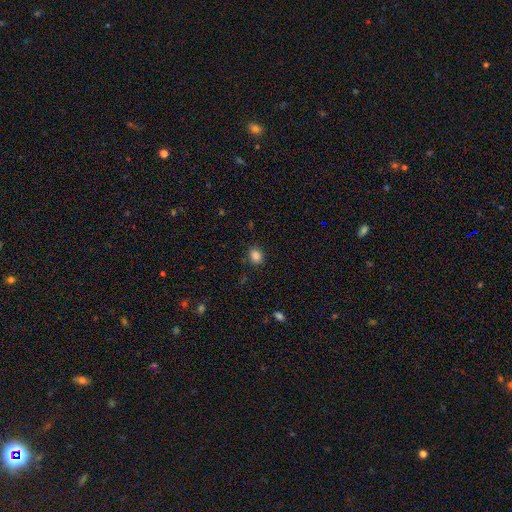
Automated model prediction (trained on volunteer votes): Smooth or featured? Predicted: smooth (p=0.85). How rounded? Predicted: round (p=0.50). Merging? Predicted: none (p=0.86).